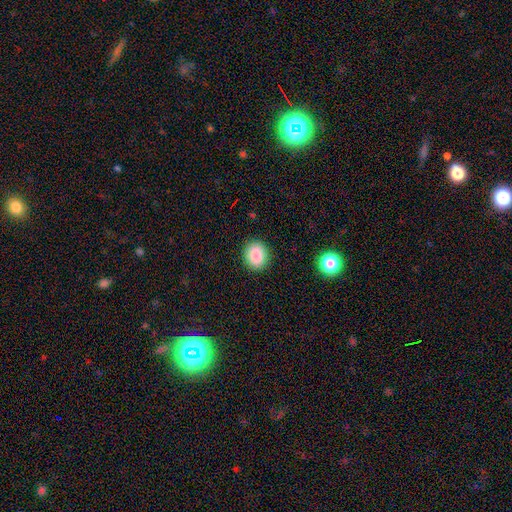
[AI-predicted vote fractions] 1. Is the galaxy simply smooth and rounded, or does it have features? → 88% smooth, 8% star or artifact, 4% featured or disk.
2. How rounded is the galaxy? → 68% round, 31% in between, 1% cigar-shaped.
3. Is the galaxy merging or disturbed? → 90% none, 7% minor disturbance, 2% major disturbance, 1% merger.